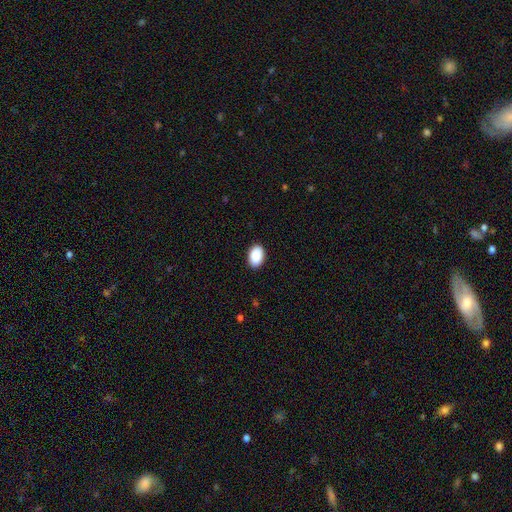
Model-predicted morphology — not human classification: Q: Smooth or featured?
A: smooth (90%); runner-up: star or artifact (7%)
Q: How rounded?
A: in between (91%); runner-up: round (8%)
Q: Merging?
A: none (90%); runner-up: minor disturbance (8%)